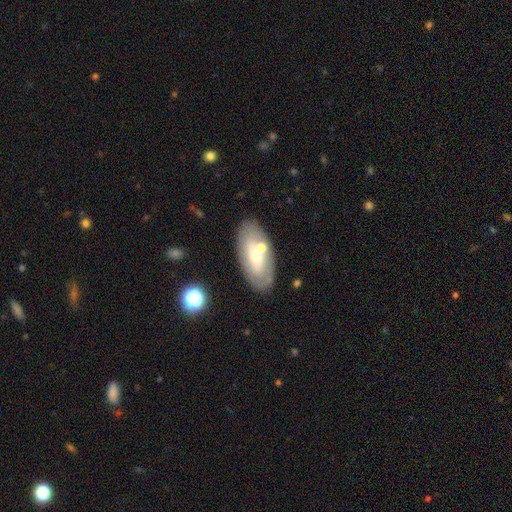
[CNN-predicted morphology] This appears to be a smooth galaxy with no disk features (48%). Merging: none (72%).